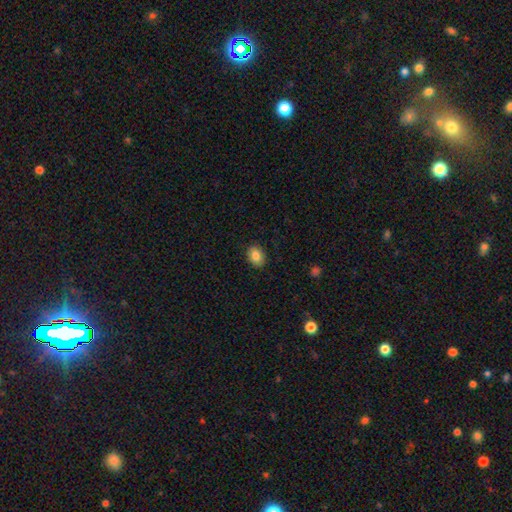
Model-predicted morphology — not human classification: This is clearly a smooth galaxy (85%). How rounded: likely in between (63%). Merging: clearly none (89%).